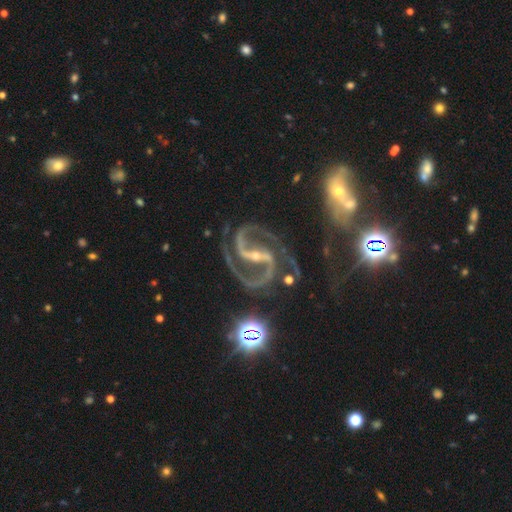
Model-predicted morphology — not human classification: smooth-or-featured: featured or disk: 93% | star or artifact: 5% | smooth: 2%
  disk-edge-on: no: 98% | yes: 2%
    bar: strong: 71% | weak: 20% | no: 9%
    has-spiral-arms: yes: 99% | no: 1%
      spiral-winding: medium: 66% | tight: 18% | loose: 16%
      spiral-arm-count: 2: 92% | 3: 2% | can't tell: 1% | 1: 1% | 4: 1% | more than 4: 1%
    bulge-size: small: 78% | moderate: 18% | none: 2% | large: 1% | dominant: 1%
  merging: none: 64% | minor disturbance: 18% | major disturbance: 12% | merger: 6%